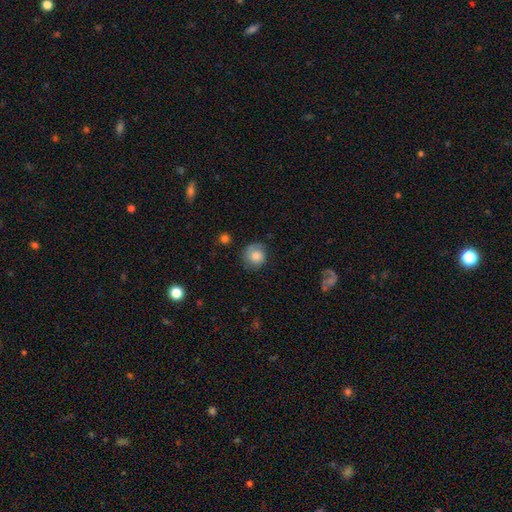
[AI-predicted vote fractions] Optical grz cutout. It shows a smooth galaxy with no disk features (75%) that is round (85%). Merging: none (71%).